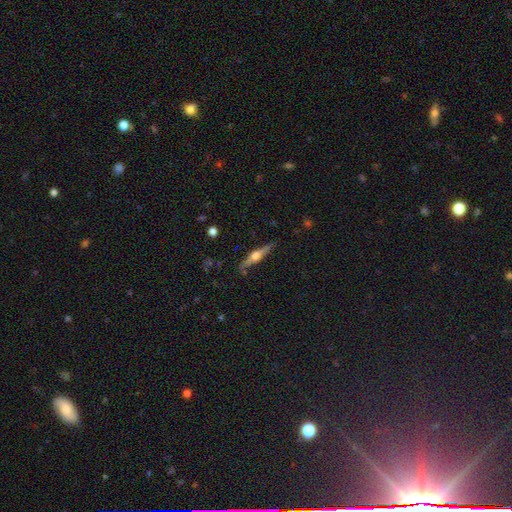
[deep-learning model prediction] smooth-or-featured: featured or disk: 75% | smooth: 19% | star or artifact: 6%
  disk-edge-on: yes: 98% | no: 2%
    edge-on-bulge: rounded: 93% | boxy: 5% | none: 2%
  merging: none: 88% | minor disturbance: 9% | major disturbance: 2% | merger: 2%